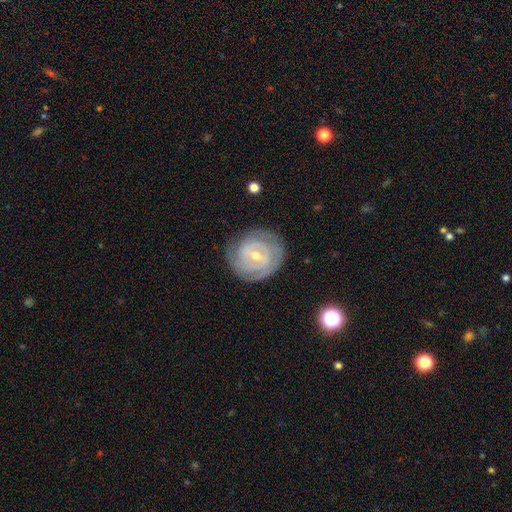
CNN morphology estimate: type=featured or disk (81%); edge-on=no (97%); bar=weak (50%); spiral arms=yes (92%); winding=tight (75%); arm count=can't tell (34%); bulge=small (60%); merging=none (79%).